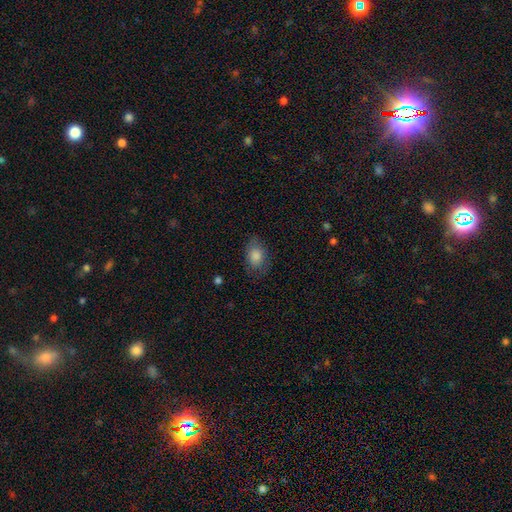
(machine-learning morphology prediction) smooth-or-featured: smooth: 77% | featured or disk: 14% | star or artifact: 10%
  how-rounded: in between: 77% | round: 21% | cigar-shaped: 2%
  merging: none: 73% | minor disturbance: 19% | major disturbance: 7% | merger: 1%